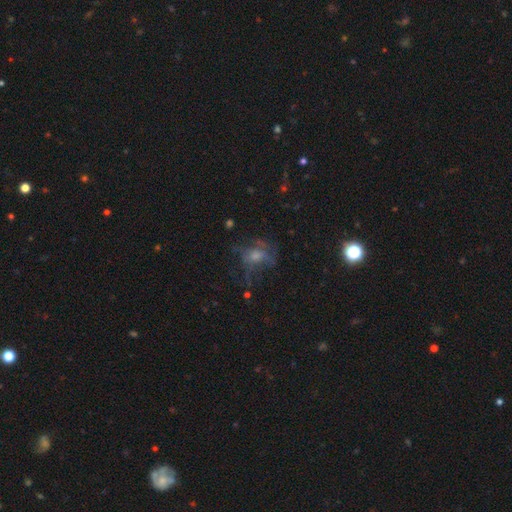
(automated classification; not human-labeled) A featured or disk galaxy (45%). Merging: none (49%).